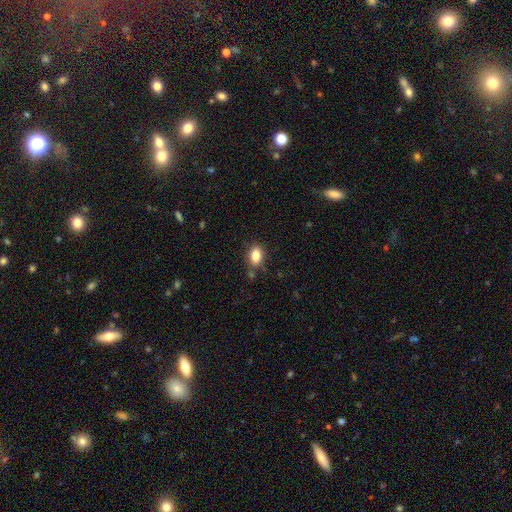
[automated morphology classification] This is clearly a smooth galaxy (83%). How rounded: clearly in between (80%). Merging: likely none (76%).